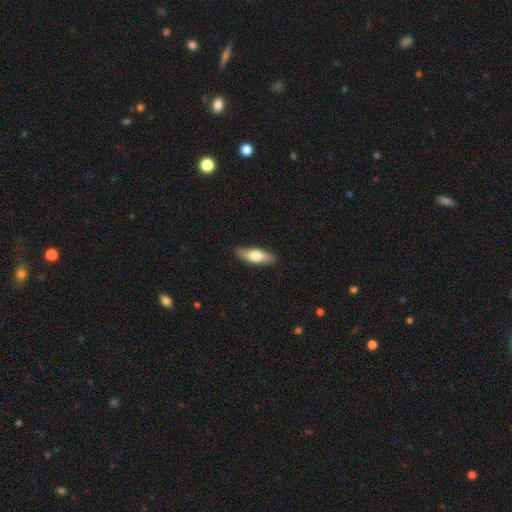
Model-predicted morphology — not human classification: type=smooth (70%); roundness=in between (57%); merging=none (85%).